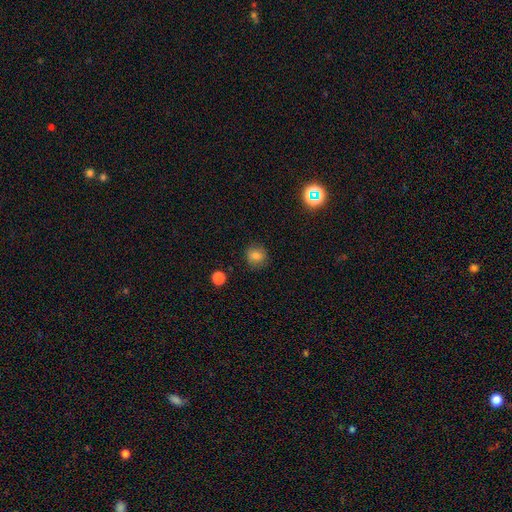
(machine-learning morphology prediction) Overall: smooth (80%). How rounded: round (88%). Merging: none (86%).